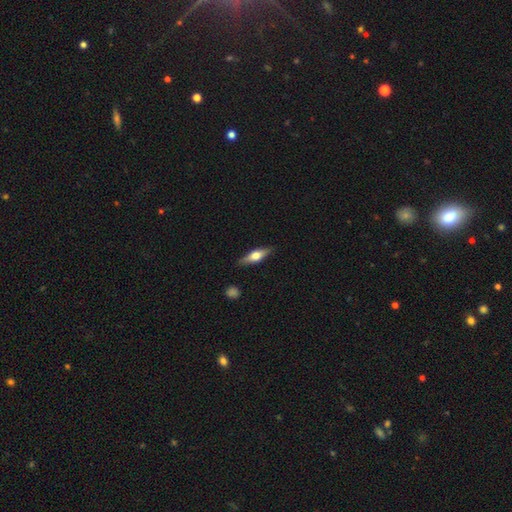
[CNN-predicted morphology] A featured or disk galaxy (51%) viewed edge-on (92%).

Vote fractions:
- Smooth or featured? featured or disk: 51% / smooth: 43% / star or artifact: 6%
- Edge-on disk? yes: 92% / no: 8%
- Merging? none: 87% / minor disturbance: 9% / major disturbance: 2% / merger: 1%